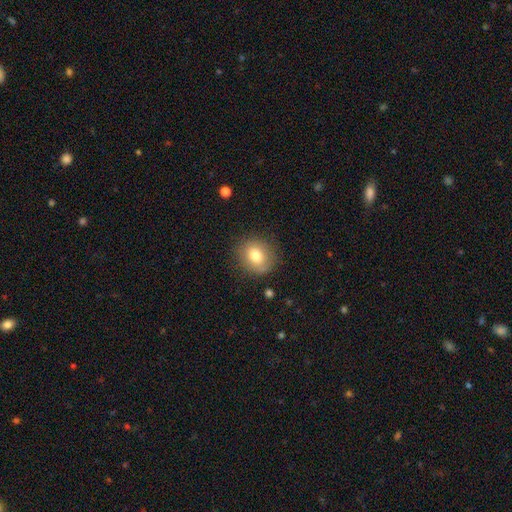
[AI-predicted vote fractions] This appears to be a smooth galaxy with no disk features (76%) that is round (72%). Merging: none (83%).